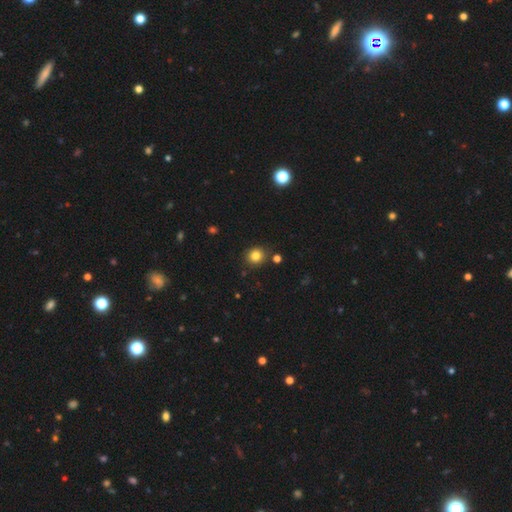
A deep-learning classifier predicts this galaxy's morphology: Smooth or featured? Predicted: smooth (p=0.82). How rounded? Predicted: round (p=0.85). Merging? Predicted: none (p=0.86).